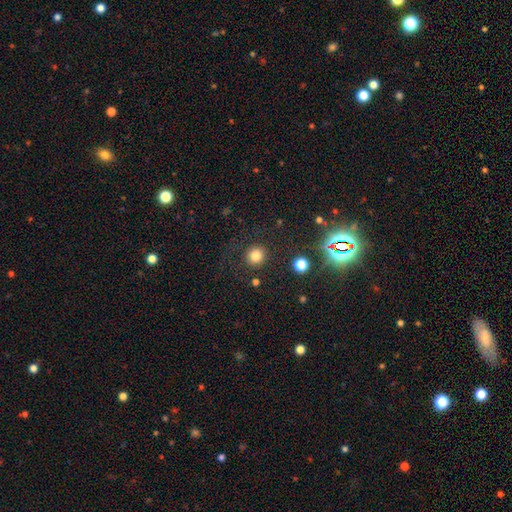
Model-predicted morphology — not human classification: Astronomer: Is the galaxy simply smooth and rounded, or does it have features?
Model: smooth — 80%.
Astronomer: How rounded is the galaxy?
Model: round — 93%.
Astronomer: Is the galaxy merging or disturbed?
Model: none — 86%.